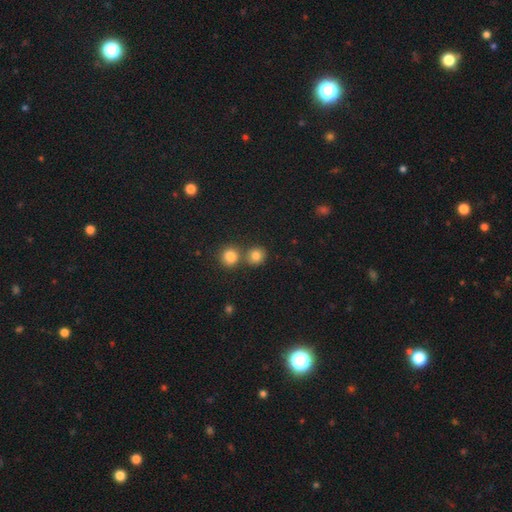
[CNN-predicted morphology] Q: Smooth or featured?
A: smooth (81%); runner-up: star or artifact (12%)
Q: How rounded?
A: round (85%); runner-up: in between (14%)
Q: Merging?
A: none (63%); runner-up: merger (27%)